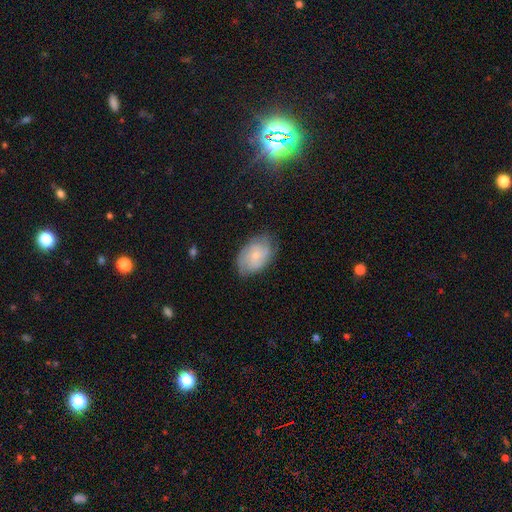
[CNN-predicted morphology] Smooth or featured?
  - featured or disk: 49% *
  - smooth: 44%
  - star or artifact: 7%
Merging?
  - none: 72% *
  - minor disturbance: 21%
  - major disturbance: 6%
  - merger: 1%